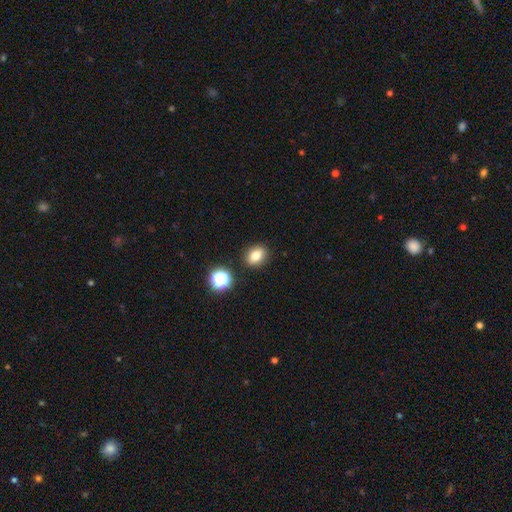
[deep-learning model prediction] A smooth galaxy with no disk features (78%) that is in between round and cigar-shaped (59%). Merging: none (86%).